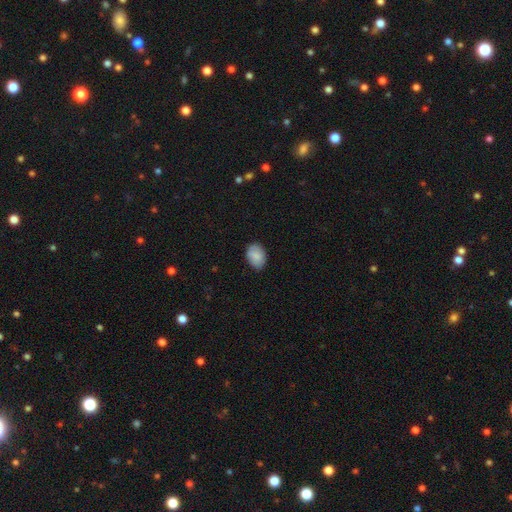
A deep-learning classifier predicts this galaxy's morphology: Q: Smooth or featured?
A: smooth (86%); runner-up: featured or disk (7%)
Q: How rounded?
A: in between (80%); runner-up: round (19%)
Q: Merging?
A: none (80%); runner-up: minor disturbance (16%)